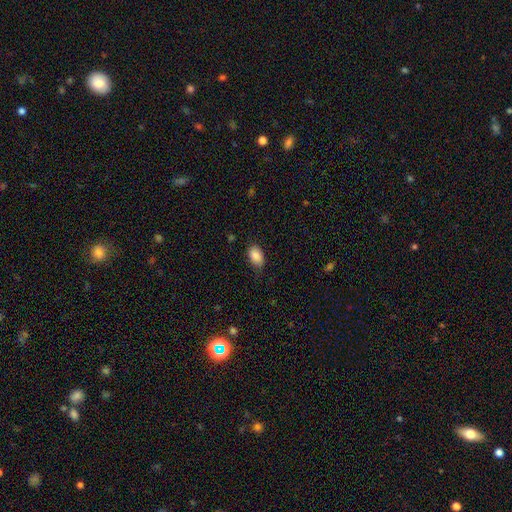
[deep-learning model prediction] Overall: smooth (87%). How rounded: in between (91%). Merging: none (77%).